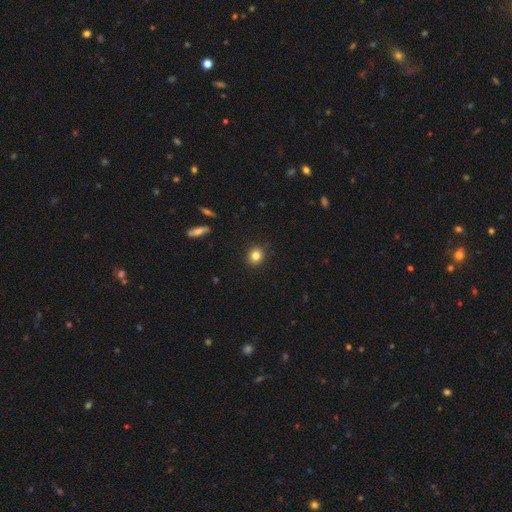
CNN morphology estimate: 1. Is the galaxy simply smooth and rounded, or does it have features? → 83% smooth, 11% star or artifact, 6% featured or disk.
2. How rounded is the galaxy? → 81% round, 18% in between, 1% cigar-shaped.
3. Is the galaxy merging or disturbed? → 90% none, 7% minor disturbance, 2% major disturbance, 1% merger.